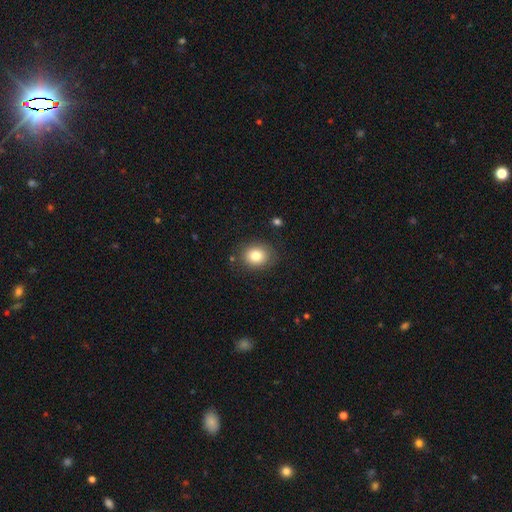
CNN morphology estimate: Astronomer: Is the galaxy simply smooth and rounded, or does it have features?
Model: smooth — 82%.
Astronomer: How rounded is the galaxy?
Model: round — 60% (runner-up: in between, 39%).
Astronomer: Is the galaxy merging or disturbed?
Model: none — 84%.